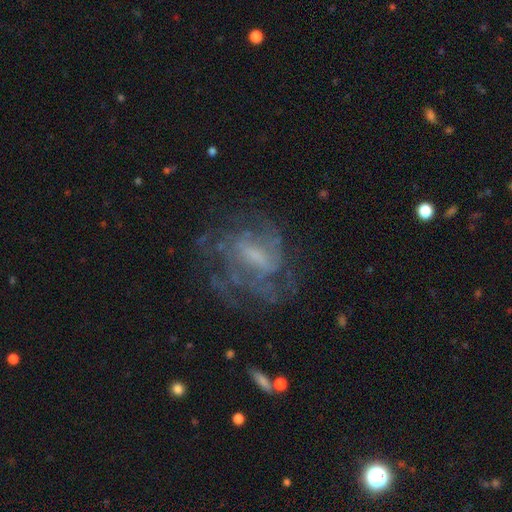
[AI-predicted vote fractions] smooth_or_featured: featured or disk (p=0.76) [alt: smooth p=0.14]
disk_edge_on: no (p=0.96) [alt: yes p=0.04]
bar: weak (p=0.50) [alt: no p=0.30]
has_spiral_arms: yes (p=0.81) [alt: no p=0.19]
spiral_winding: tight (p=0.43) [alt: medium p=0.41]
spiral_arm_count: can't tell (p=0.47) [alt: 3 p=0.17]
bulge_size: small (p=0.35) [alt: moderate p=0.31]
merging: none (p=0.58) [alt: major disturbance p=0.21]